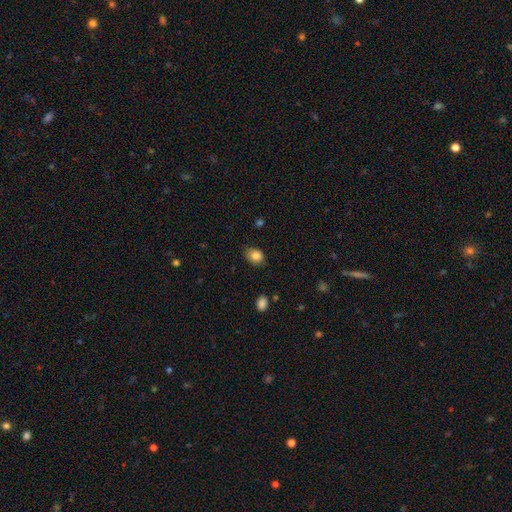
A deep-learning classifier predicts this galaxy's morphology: Overall: smooth (85%). How rounded: in between (63%; round 36%). Merging: none (74%).